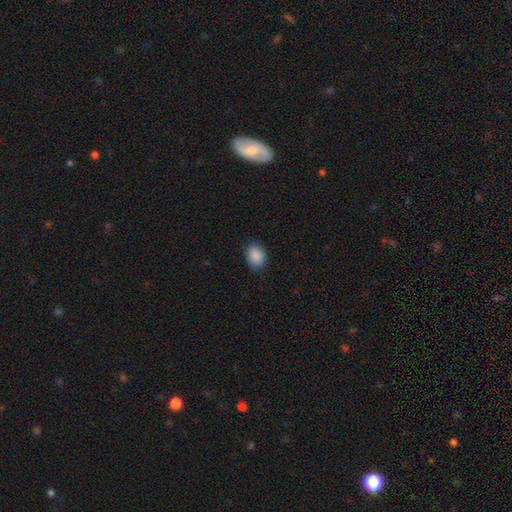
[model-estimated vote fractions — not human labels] Morphology: type=smooth (89%); roundness=in between (60%); merging=none (87%).